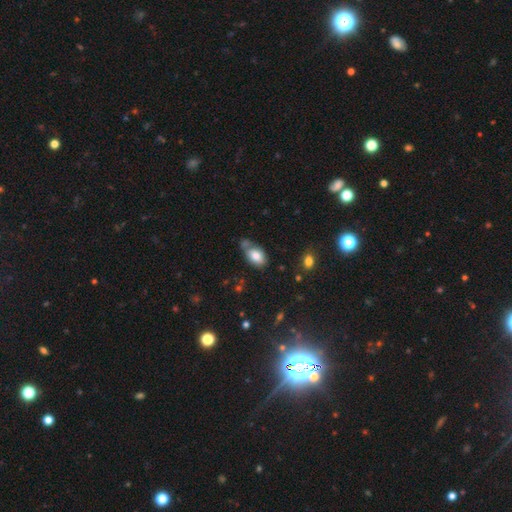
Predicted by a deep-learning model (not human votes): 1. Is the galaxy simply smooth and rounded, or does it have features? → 80% smooth, 13% featured or disk, 8% star or artifact.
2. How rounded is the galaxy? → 89% in between, 9% round, 2% cigar-shaped.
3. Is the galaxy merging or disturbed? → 47% none, 25% minor disturbance, 20% merger, 9% major disturbance.